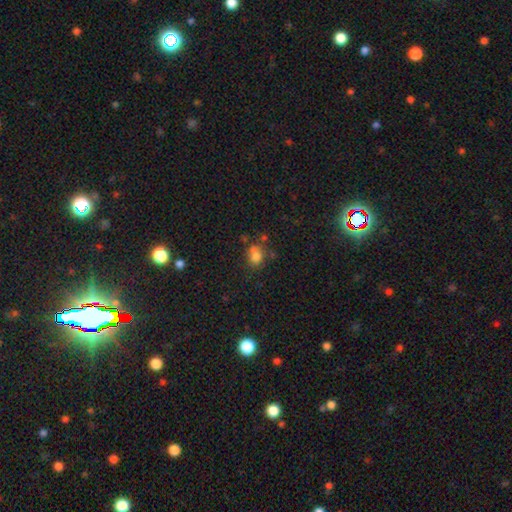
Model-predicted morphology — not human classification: This is likely a smooth galaxy (76%). How rounded: possibly round (56%). Merging: possibly none (53%).